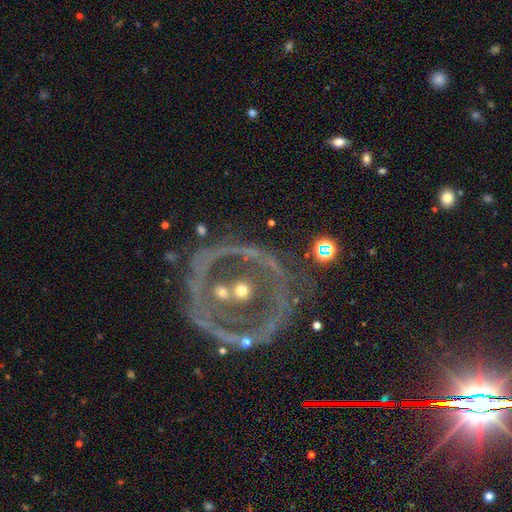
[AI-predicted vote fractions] Smooth or featured?
  - featured or disk: 68% *
  - star or artifact: 17%
  - smooth: 14%
Edge-on disk?
  - no: 93% *
  - yes: 7%
Bar?
  - no: 75% *
  - weak: 14%
  - strong: 11%
Spiral arms?
  - no: 78% *
  - yes: 22%
Bulge size?
  - moderate: 50% *
  - small: 30%
  - none: 11%
  - large: 6%
  - dominant: 3%
Merging?
  - none: 65% *
  - major disturbance: 15%
  - minor disturbance: 15%
  - merger: 5%